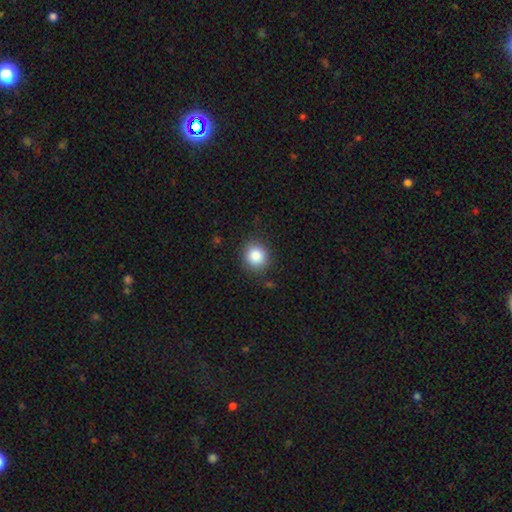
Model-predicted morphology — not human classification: smooth_or_featured: smooth (p=0.85) [alt: star or artifact p=0.10]
how_rounded: round (p=0.85) [alt: in between p=0.14]
merging: none (p=0.87) [alt: minor disturbance p=0.09]